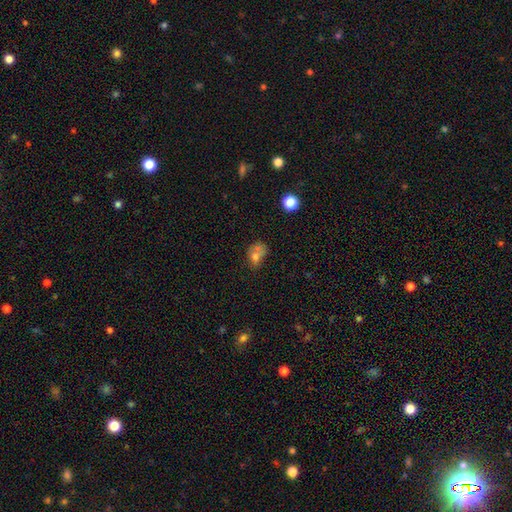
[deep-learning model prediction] smooth_or_featured: smooth (p=0.63) [alt: featured or disk p=0.20]
how_rounded: round (p=0.52) [alt: in between p=0.46]
merging: merger (p=0.40) [alt: none p=0.33]